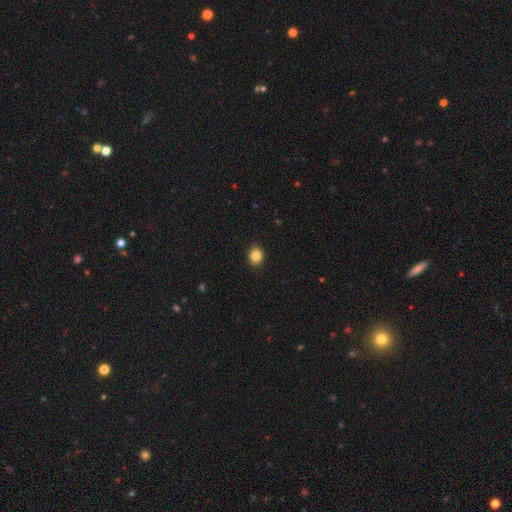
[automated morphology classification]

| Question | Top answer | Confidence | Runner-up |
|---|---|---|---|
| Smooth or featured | smooth | 85% | star or artifact (10%) |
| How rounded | round | 53% | in between (46%) |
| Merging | none | 91% | minor disturbance (6%) |